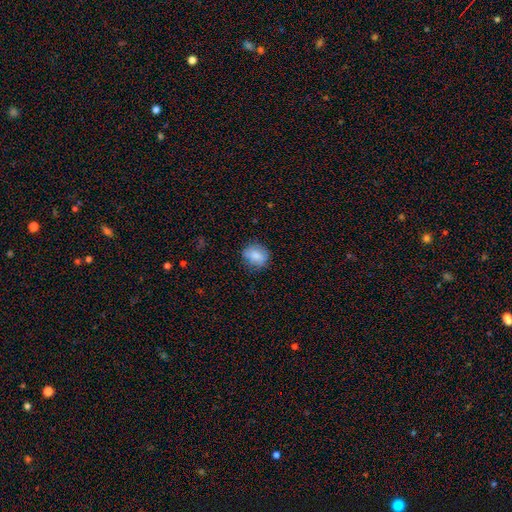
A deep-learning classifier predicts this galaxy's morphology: Smooth or featured?
  - smooth: 80% *
  - featured or disk: 11%
  - star or artifact: 8%
How rounded?
  - round: 69% *
  - in between: 30%
  - cigar-shaped: 1%
Merging?
  - none: 78% *
  - minor disturbance: 16%
  - major disturbance: 4%
  - merger: 1%